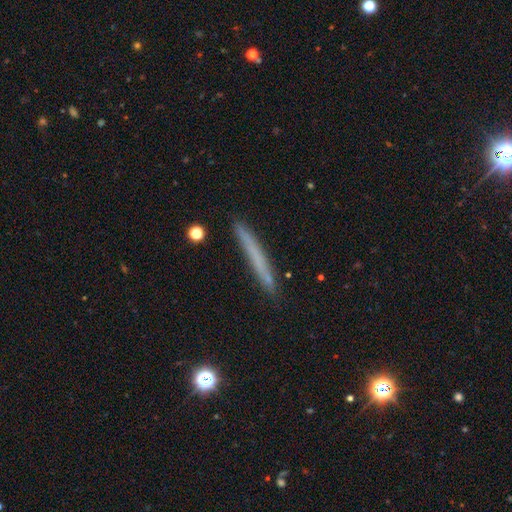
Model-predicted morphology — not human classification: type=smooth (60%); roundness=cigar-shaped (97%); merging=none (87%).